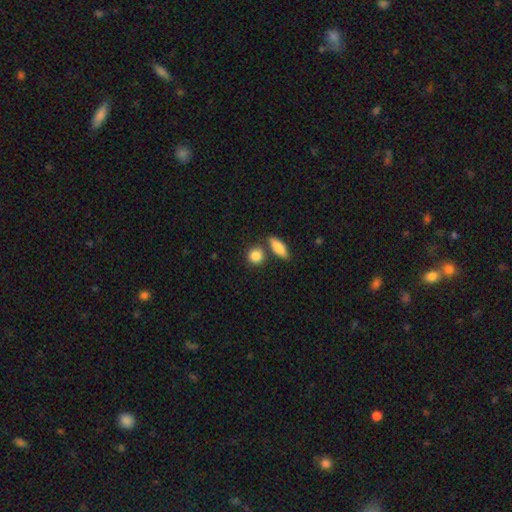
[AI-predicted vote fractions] Smooth or featured?
  - smooth: 86% *
  - star or artifact: 8%
  - featured or disk: 6%
How rounded?
  - round: 71% *
  - in between: 25%
  - cigar-shaped: 4%
Merging?
  - none: 69% *
  - merger: 17%
  - minor disturbance: 11%
  - major disturbance: 3%